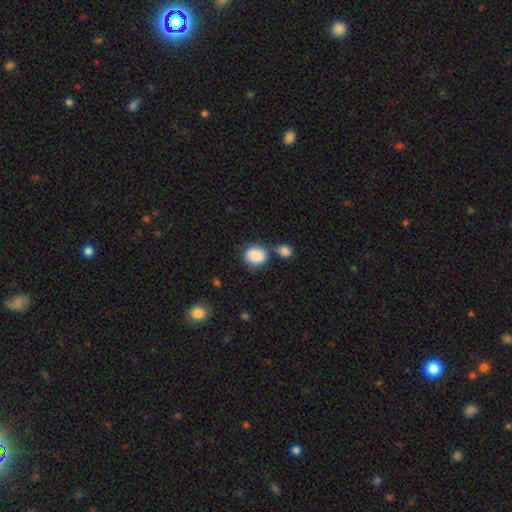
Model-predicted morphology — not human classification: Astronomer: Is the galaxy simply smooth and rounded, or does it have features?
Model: smooth — 85%.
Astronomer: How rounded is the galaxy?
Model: round — 71%.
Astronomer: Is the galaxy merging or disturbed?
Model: none — 56%.